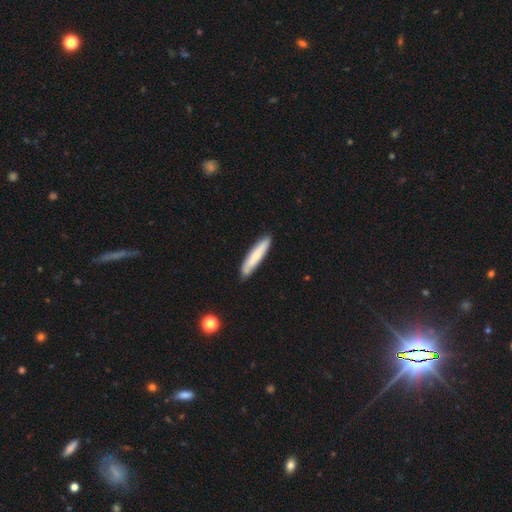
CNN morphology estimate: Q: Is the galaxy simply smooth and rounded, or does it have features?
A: smooth — 68%.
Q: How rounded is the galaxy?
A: cigar-shaped — 91%.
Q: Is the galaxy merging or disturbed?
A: none — 85%.